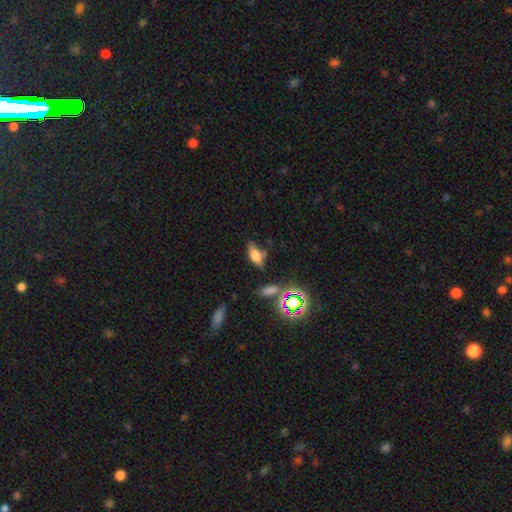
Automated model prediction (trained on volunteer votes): smooth 53%, featured or disk 30%, star or artifact 17%. Down the decision tree: how rounded — in between (75%); merging — none (60%).